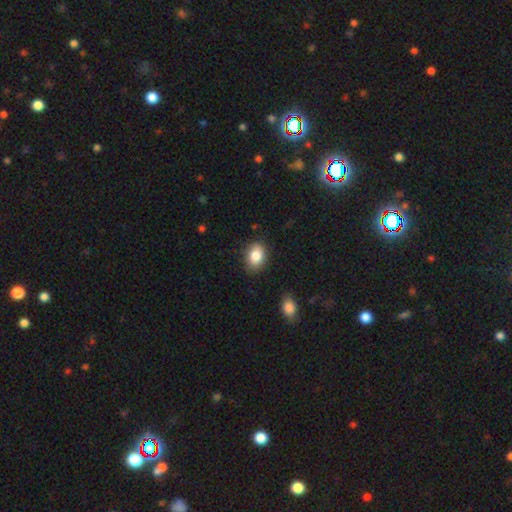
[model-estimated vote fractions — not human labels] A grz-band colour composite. It shows a smooth galaxy with no disk features (84%) that is in between round and cigar-shaped (74%). Merging: none (83%).